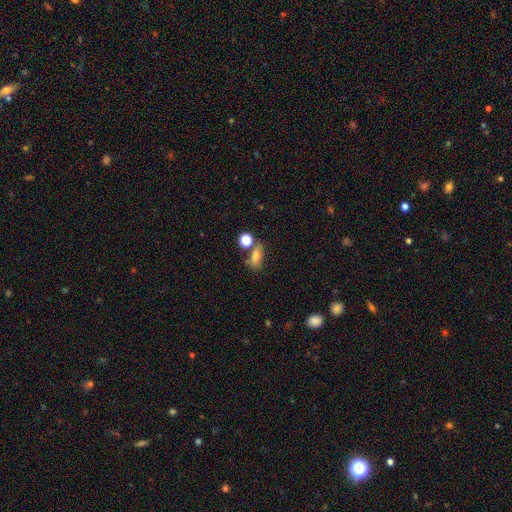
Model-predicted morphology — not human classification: This appears to be a smooth galaxy with no disk features (70%) that is in between round and cigar-shaped (73%). Merging: none (50%).